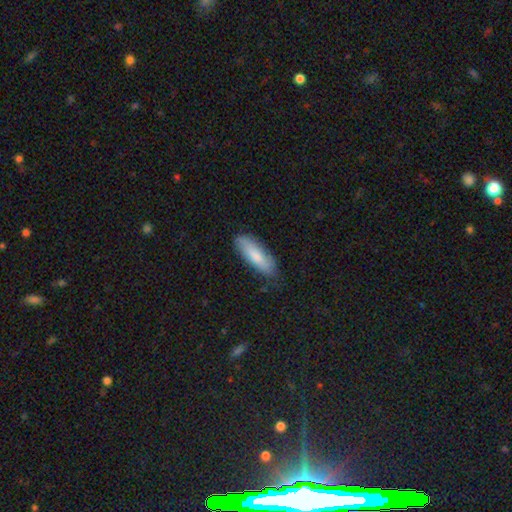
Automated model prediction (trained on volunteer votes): smooth 81%, featured or disk 14%, star or artifact 5%. Down the decision tree: how rounded — in between (53%); merging — none (79%).